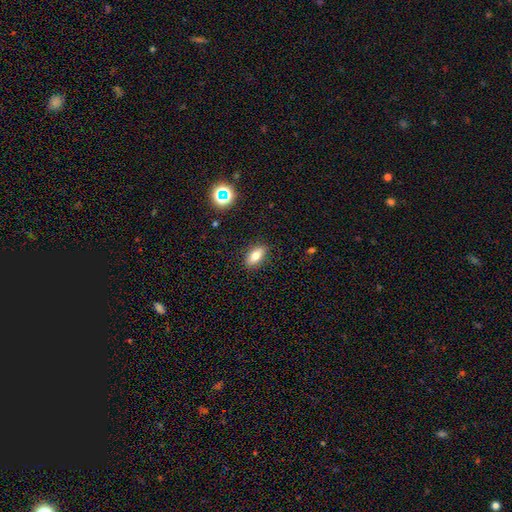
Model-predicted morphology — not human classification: Smooth or featured? Predicted: smooth (p=0.75). How rounded? Predicted: in between (p=0.83). Merging? Predicted: none (p=0.87).